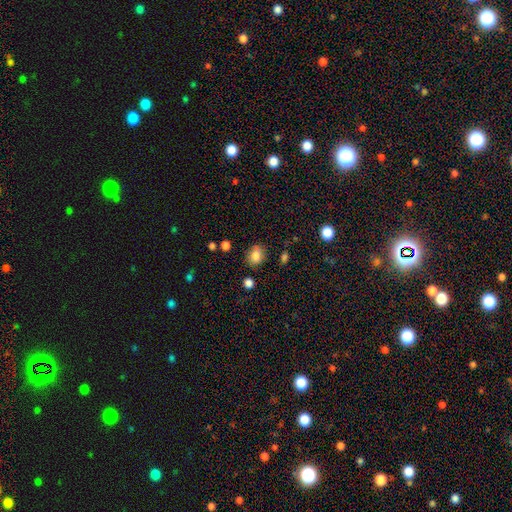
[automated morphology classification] A smooth galaxy with no disk features (83%) that is round (51%). Merging: none (80%).